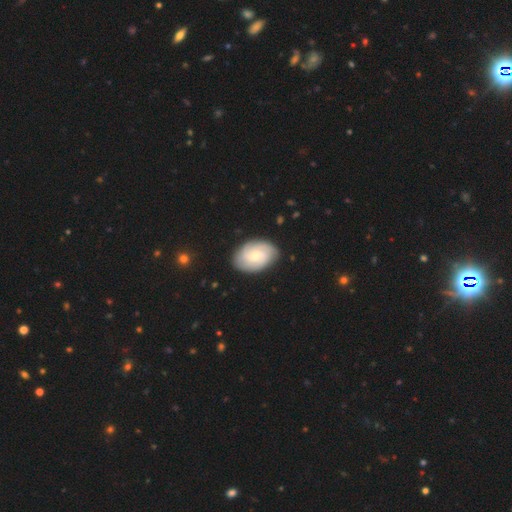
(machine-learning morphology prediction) This appears to be a featured or disk galaxy (66%) with no bar (66%), 3 (29%) tight (58%) spiral arms (93%) and a moderate central bulge (49%). Merging: none (83%).